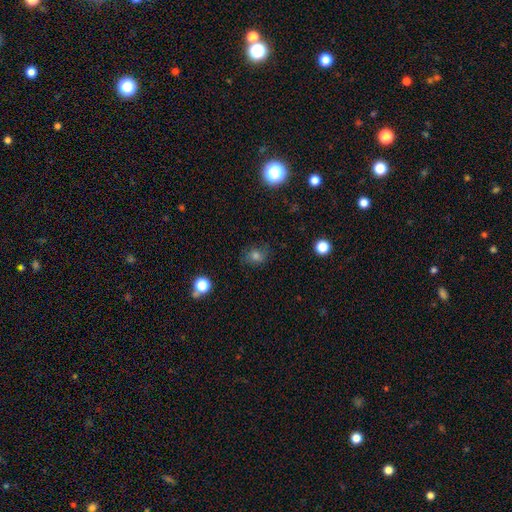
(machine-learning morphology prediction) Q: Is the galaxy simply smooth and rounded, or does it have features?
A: smooth — 62%.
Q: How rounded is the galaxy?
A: round — 65%.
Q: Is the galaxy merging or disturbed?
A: none — 75%.